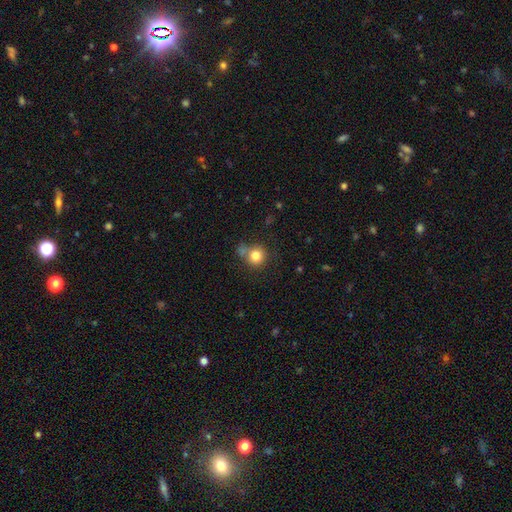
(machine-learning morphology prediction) smooth-or-featured: smooth: 80% | star or artifact: 11% | featured or disk: 8%
  how-rounded: round: 88% | in between: 11% | cigar-shaped: 1%
  merging: none: 62% | minor disturbance: 16% | merger: 15% | major disturbance: 7%